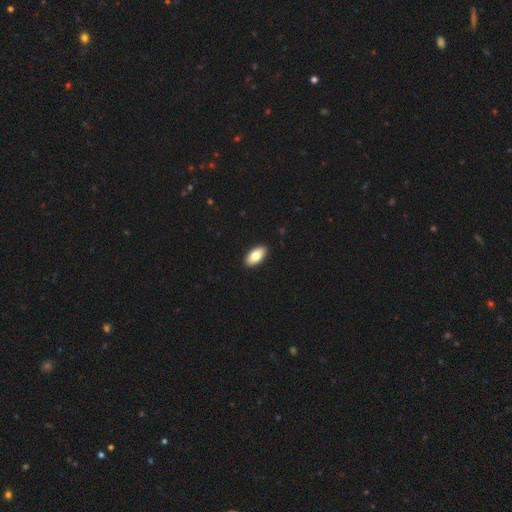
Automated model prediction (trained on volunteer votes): Smooth or featured? Predicted: smooth (p=0.82). How rounded? Predicted: in between (p=0.93). Merging? Predicted: none (p=0.92).